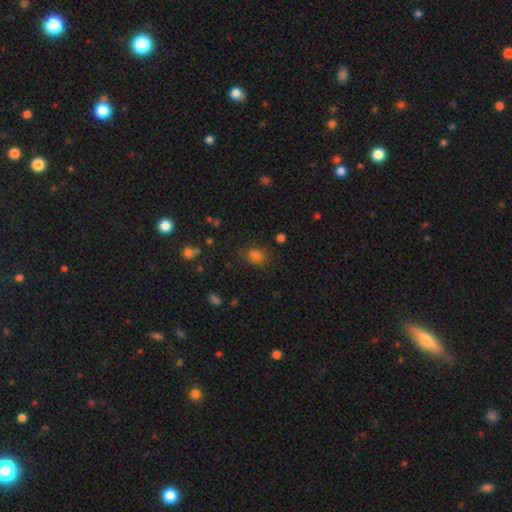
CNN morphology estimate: smooth_or_featured: smooth (p=0.71) [alt: star or artifact p=0.23]
how_rounded: round (p=0.54) [alt: in between p=0.45]
merging: none (p=0.76) [alt: minor disturbance p=0.15]